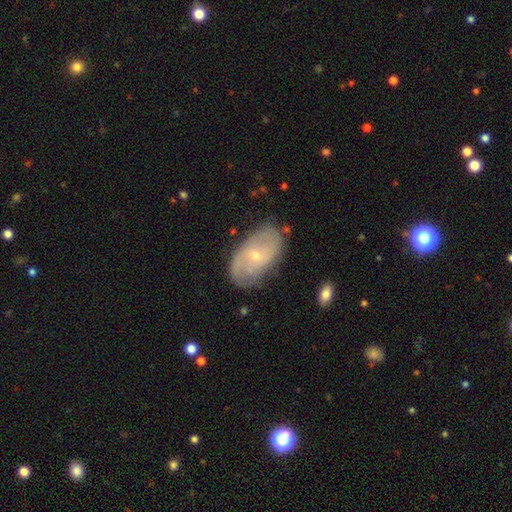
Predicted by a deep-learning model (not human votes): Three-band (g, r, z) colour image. It shows a featured or disk galaxy (71%) with no bar (63%), 2 (55%) medium (38%, tied with tight) spiral arms (84%) and a small central bulge (76%). Merging: none (74%).